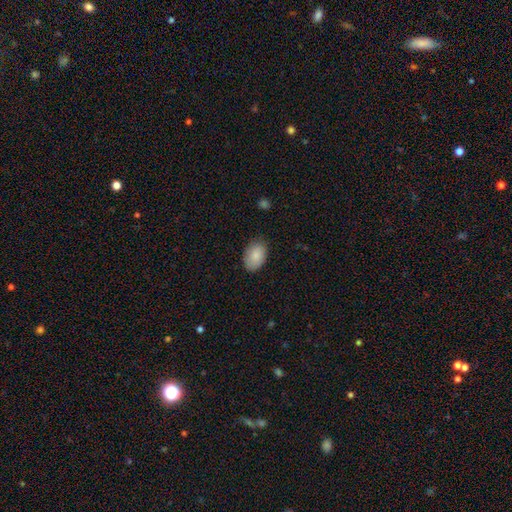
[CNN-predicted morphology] This is clearly a smooth galaxy (85%). How rounded: clearly in between (88%). Merging: clearly none (80%).